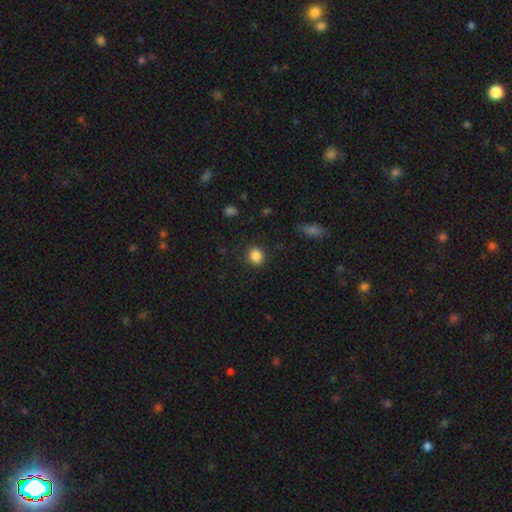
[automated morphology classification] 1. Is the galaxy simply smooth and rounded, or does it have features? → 86% smooth, 10% star or artifact, 4% featured or disk.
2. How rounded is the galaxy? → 74% round, 25% in between, 1% cigar-shaped.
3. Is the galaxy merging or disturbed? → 88% none, 8% minor disturbance, 3% major disturbance, 1% merger.